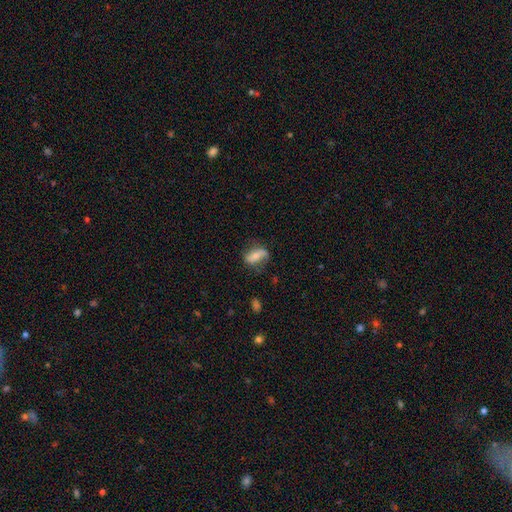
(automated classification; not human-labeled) A featured or disk galaxy (54%) with a strong bar (35%), spiral arms (83%) and a small central bulge (45%). Merging: none (62%).